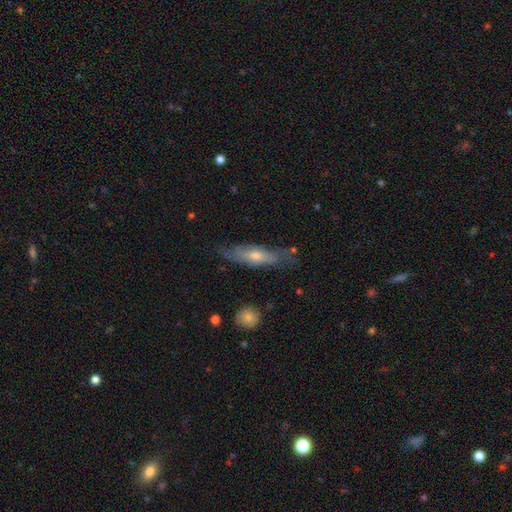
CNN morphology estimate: smooth-or-featured: featured or disk: 58% | smooth: 35% | star or artifact: 7%
  disk-edge-on: yes: 54% | no: 46%
  merging: none: 72% | minor disturbance: 21% | major disturbance: 6% | merger: 2%